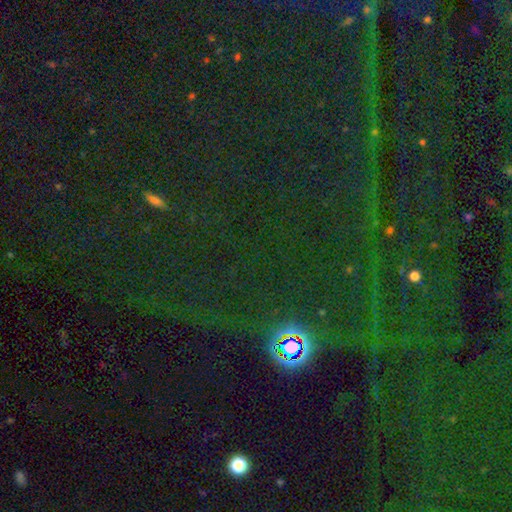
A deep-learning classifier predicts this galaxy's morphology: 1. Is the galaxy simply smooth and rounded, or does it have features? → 81% star or artifact, 11% smooth, 8% featured or disk.